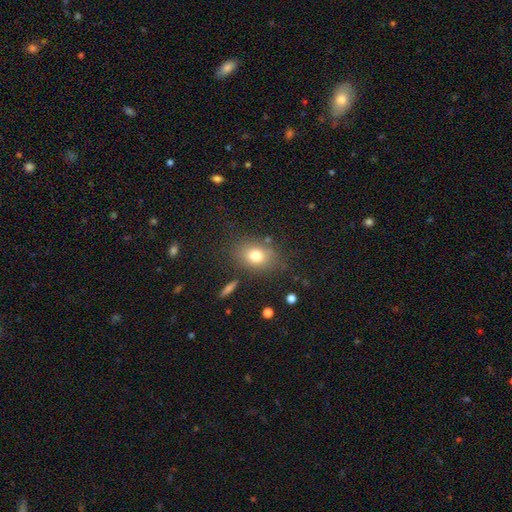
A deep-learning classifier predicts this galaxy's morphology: This is likely a smooth galaxy (77%). How rounded: likely in between (61%). Merging: likely none (76%).